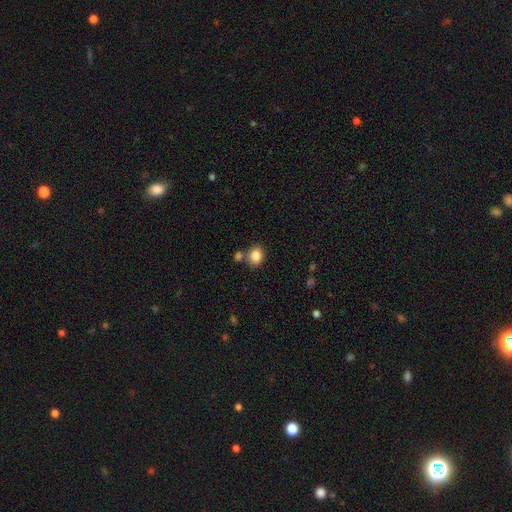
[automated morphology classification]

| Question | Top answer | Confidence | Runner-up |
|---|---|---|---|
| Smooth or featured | smooth | 84% | star or artifact (10%) |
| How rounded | round | 59% | in between (40%) |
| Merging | none | 70% | merger (15%) |